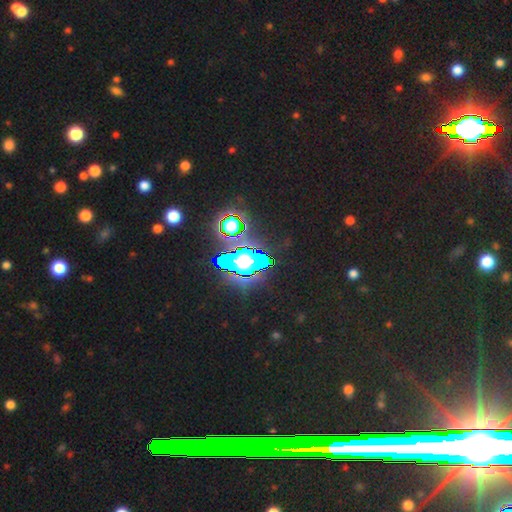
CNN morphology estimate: The model was most divided on "smooth or featured": star or artifact: 80%, smooth: 12%, featured or disk: 9%.